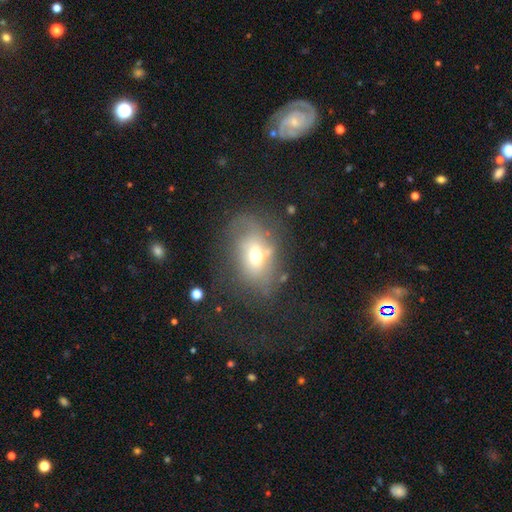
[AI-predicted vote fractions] smooth_or_featured: smooth (p=0.50) [alt: featured or disk p=0.37]
merging: none (p=0.45) [alt: minor disturbance p=0.25]